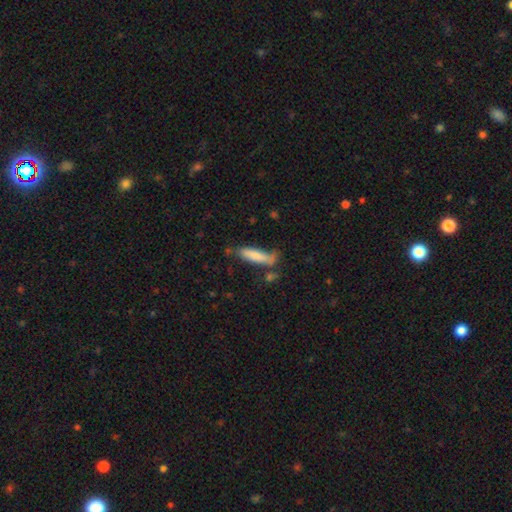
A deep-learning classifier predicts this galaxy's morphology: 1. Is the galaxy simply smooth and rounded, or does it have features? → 78% smooth, 16% featured or disk, 6% star or artifact.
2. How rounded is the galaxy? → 68% cigar-shaped, 31% in between, 2% round.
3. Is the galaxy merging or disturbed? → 57% none, 25% minor disturbance, 10% merger, 9% major disturbance.